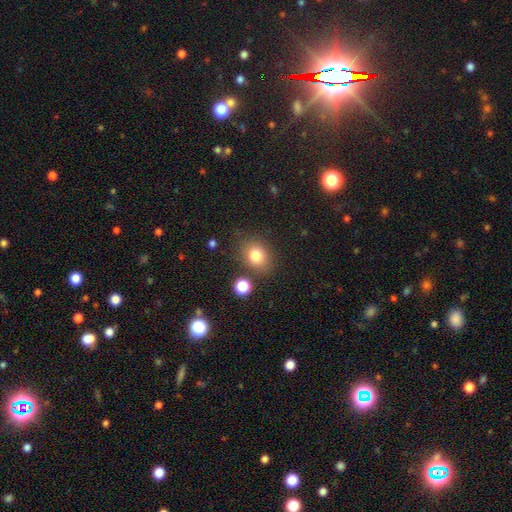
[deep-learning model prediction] Smooth or featured? smooth (80%)
How rounded? round (55%)
Merging? none (76%)